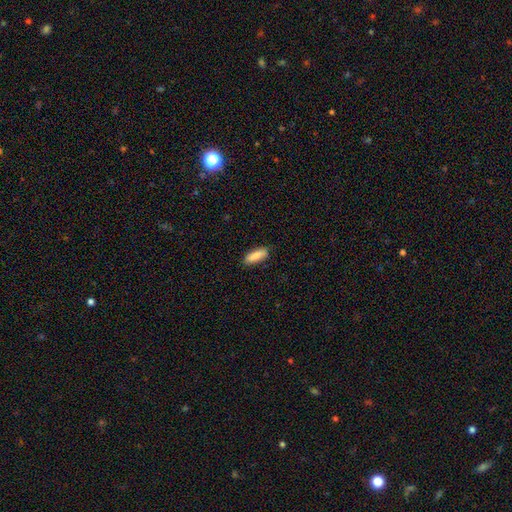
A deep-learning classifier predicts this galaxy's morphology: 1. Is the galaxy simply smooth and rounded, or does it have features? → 87% smooth, 8% featured or disk, 6% star or artifact.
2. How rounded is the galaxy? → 59% in between, 39% cigar-shaped, 2% round.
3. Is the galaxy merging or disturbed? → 86% none, 10% minor disturbance, 2% major disturbance, 1% merger.